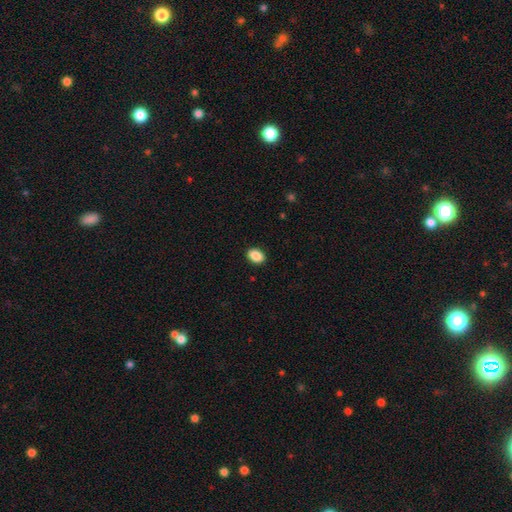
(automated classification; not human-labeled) Morphology: type=smooth (89%); roundness=in between (83%); merging=none (90%).